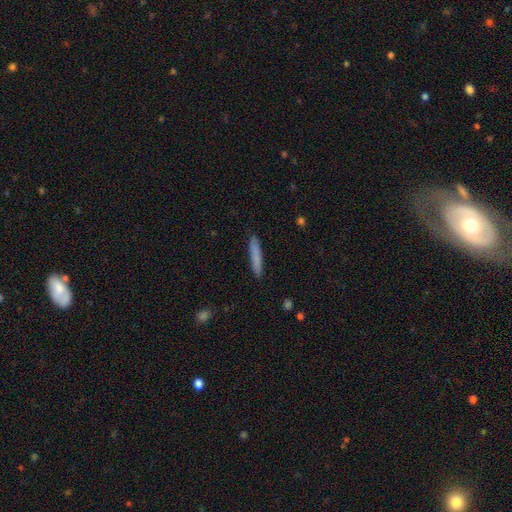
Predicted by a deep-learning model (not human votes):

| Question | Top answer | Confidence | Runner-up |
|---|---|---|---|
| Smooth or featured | smooth | 79% | featured or disk (14%) |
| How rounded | cigar-shaped | 93% | in between (6%) |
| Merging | none | 88% | minor disturbance (9%) |